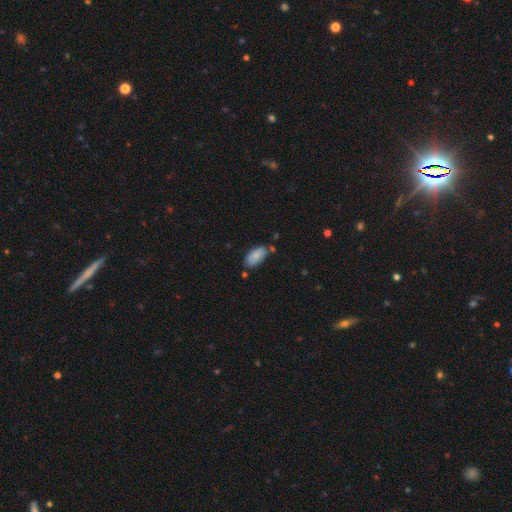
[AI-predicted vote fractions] Smooth or featured? Predicted: smooth (p=0.85). How rounded? Predicted: in between (p=0.92). Merging? Predicted: none (p=0.72).